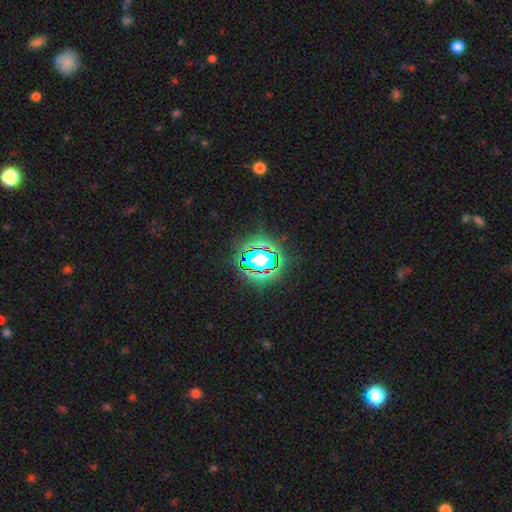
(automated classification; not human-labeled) Overall: star or artifact (81%).